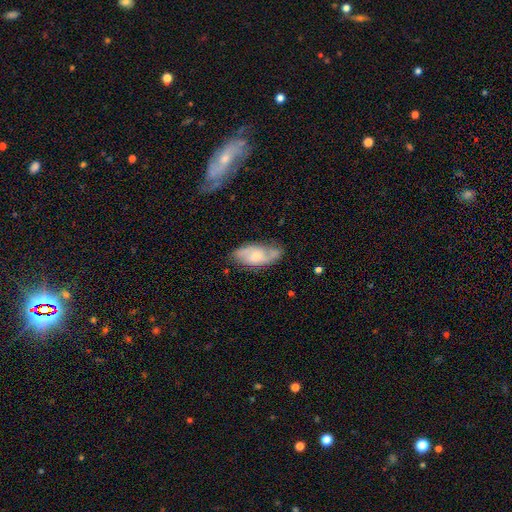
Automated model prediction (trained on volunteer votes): Smooth or featured? featured or disk (56%)
Edge-on disk? no (90%)
Bar? no (68%)
Spiral arms? yes (78%)
Bulge size? small (48%)
Merging? none (63%)